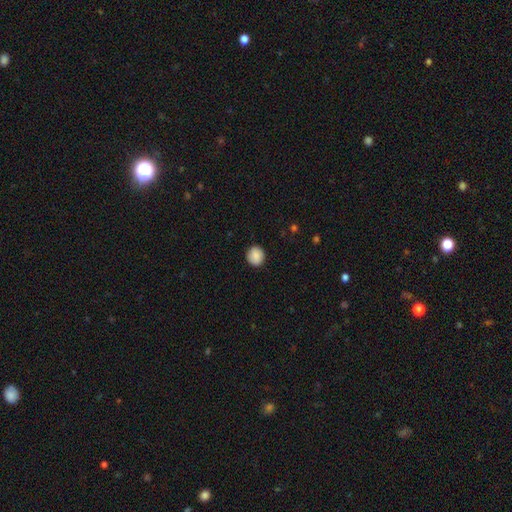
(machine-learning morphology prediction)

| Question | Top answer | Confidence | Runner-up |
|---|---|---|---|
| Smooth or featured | smooth | 88% | star or artifact (8%) |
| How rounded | round | 86% | in between (13%) |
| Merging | none | 89% | minor disturbance (8%) |